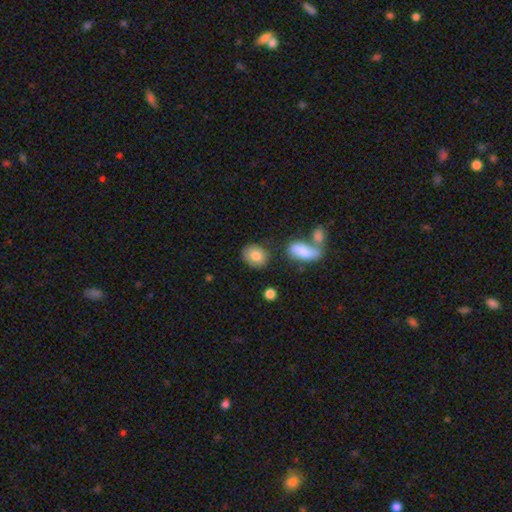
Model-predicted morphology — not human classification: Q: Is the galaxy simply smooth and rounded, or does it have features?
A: smooth — 80%.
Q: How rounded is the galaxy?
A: round — 56%.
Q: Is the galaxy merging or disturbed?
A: none — 78%.